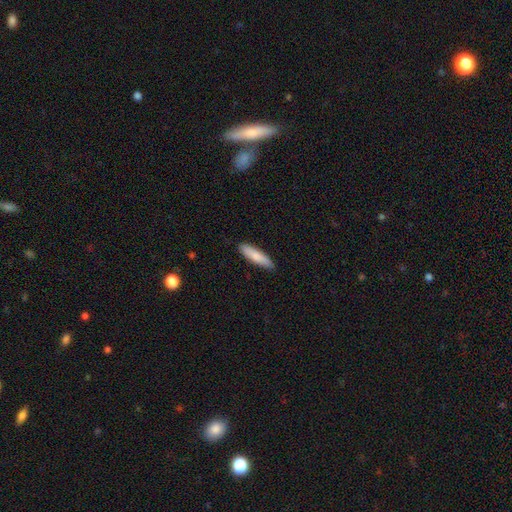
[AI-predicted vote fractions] Smooth or featured? Predicted: smooth (p=0.81). How rounded? Predicted: cigar-shaped (p=0.72). Merging? Predicted: none (p=0.88).